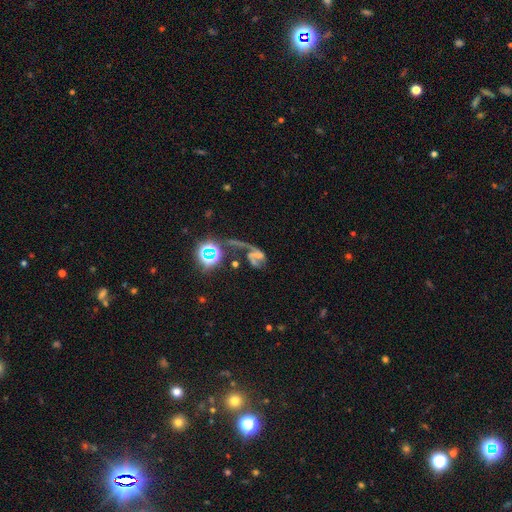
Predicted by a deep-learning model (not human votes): smooth_or_featured: featured or disk (p=0.59) [alt: star or artifact p=0.21]
disk_edge_on: no (p=0.96) [alt: yes p=0.04]
bar: no (p=0.58) [alt: weak p=0.25]
has_spiral_arms: yes (p=0.73) [alt: no p=0.27]
bulge_size: none (p=0.60) [alt: small p=0.19]
merging: major disturbance (p=0.40) [alt: none p=0.24]